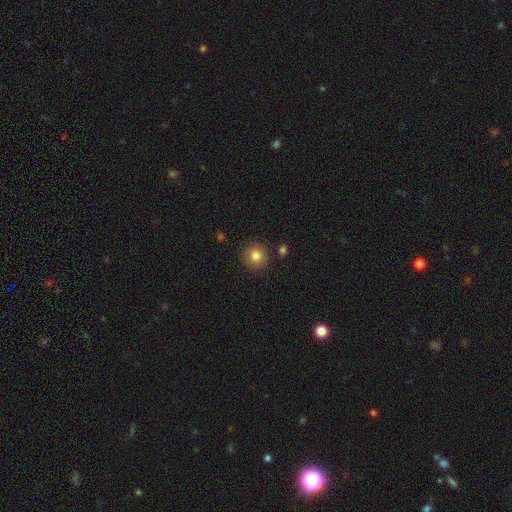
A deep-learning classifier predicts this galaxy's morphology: This is clearly a smooth galaxy (83%). How rounded: clearly round (92%). Merging: clearly none (87%).